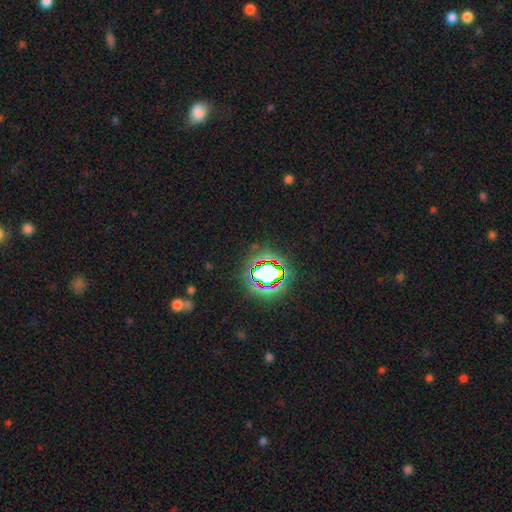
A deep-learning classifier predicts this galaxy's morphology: Smooth or featured? Predicted: star or artifact (p=0.79).